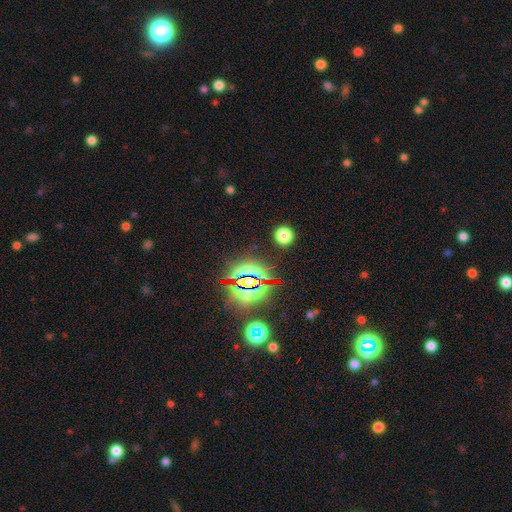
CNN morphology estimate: The model was most divided on "smooth or featured": star or artifact: 84%, smooth: 9%, featured or disk: 7%.